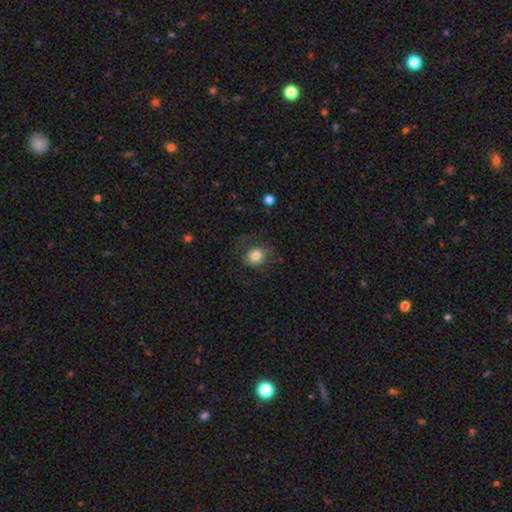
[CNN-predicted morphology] Q: Smooth or featured?
A: smooth (81%); runner-up: featured or disk (10%)
Q: How rounded?
A: round (67%); runner-up: in between (32%)
Q: Merging?
A: none (68%); runner-up: minor disturbance (19%)